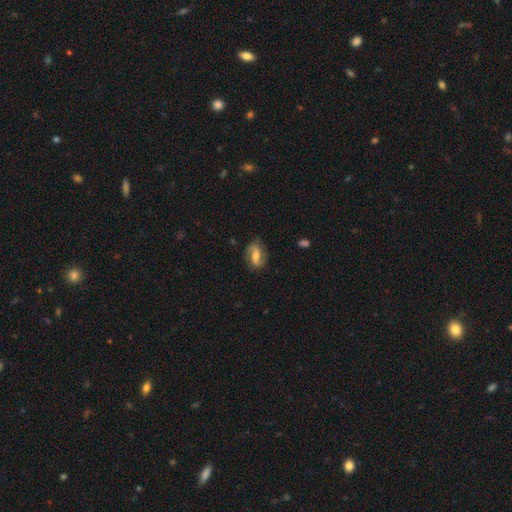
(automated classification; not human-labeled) The model was most divided on "spiral winding": medium: 41%, loose: 40%, tight: 19%. Remaining: edge-on disk — no (95%); spiral arms — yes (91%); spiral arm count — 2 (88%); merging — none (77%); smooth or featured — featured or disk (71%); bulge size — moderate (58%); bar — weak (42%).